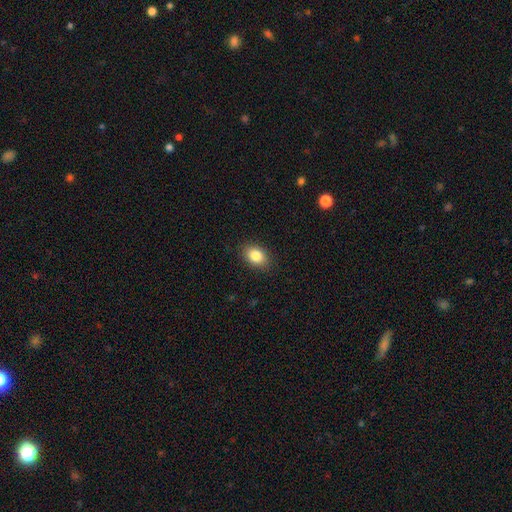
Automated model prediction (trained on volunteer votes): smooth_or_featured: smooth (p=0.85) [alt: star or artifact p=0.09]
how_rounded: in between (p=0.76) [alt: round p=0.23]
merging: none (p=0.88) [alt: minor disturbance p=0.09]